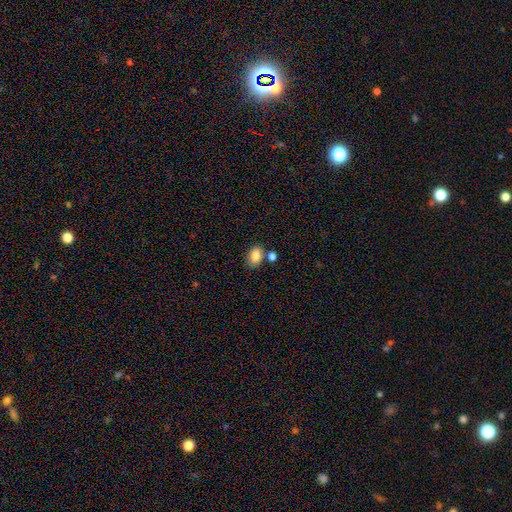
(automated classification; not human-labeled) Morphology: type=smooth (85%); roundness=in between (82%); merging=none (62%).